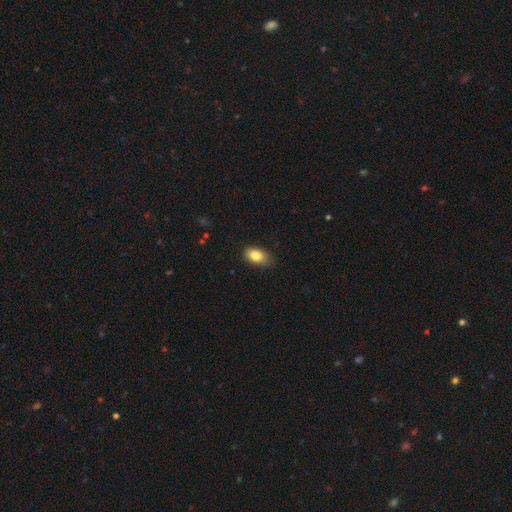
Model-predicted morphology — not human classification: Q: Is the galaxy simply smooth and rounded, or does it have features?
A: smooth — 82%.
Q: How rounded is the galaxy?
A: in between — 89%.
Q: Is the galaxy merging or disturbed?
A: none — 77%.